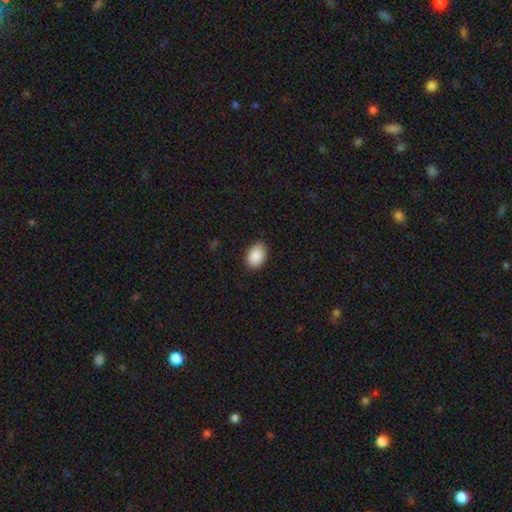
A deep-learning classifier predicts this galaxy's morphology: smooth 90%, star or artifact 7%, featured or disk 3%. Down the decision tree: how rounded — in between (82%); merging — none (86%).